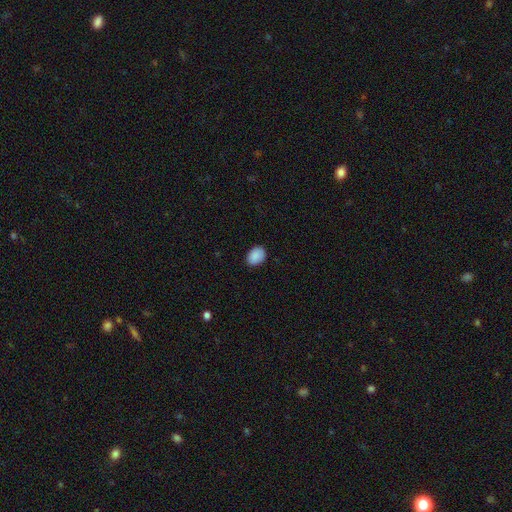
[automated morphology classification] Smooth or featured?
  - smooth: 90% *
  - star or artifact: 7%
  - featured or disk: 3%
How rounded?
  - in between: 72% *
  - round: 27%
  - cigar-shaped: 1%
Merging?
  - none: 85% *
  - minor disturbance: 11%
  - major disturbance: 2%
  - merger: 1%